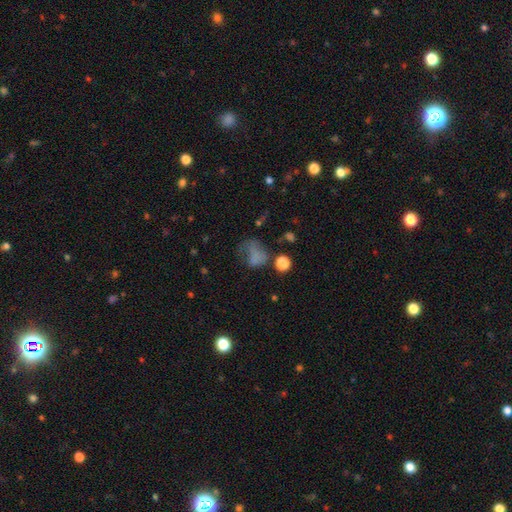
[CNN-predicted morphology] Q: Smooth or featured?
A: smooth (62%); runner-up: featured or disk (20%)
Q: How rounded?
A: in between (54%); runner-up: round (45%)
Q: Merging?
A: major disturbance (42%); runner-up: none (29%)